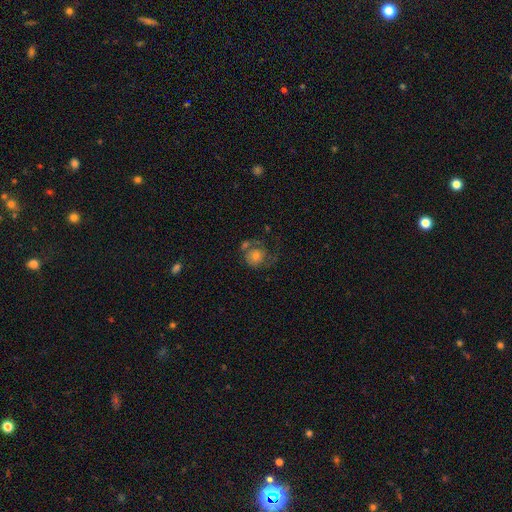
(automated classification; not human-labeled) A featured or disk galaxy (53%) with no bar (83%), spiral arms (73%) and a moderate central bulge (53%).

Vote fractions:
- Smooth or featured? featured or disk: 53% / smooth: 37% / star or artifact: 9%
- Edge-on disk? no: 97% / yes: 3%
- Bar? no: 83% / weak: 15% / strong: 3%
- Spiral arms? yes: 73% / no: 27%
- Bulge size? moderate: 53% / small: 32% / large: 8% / none: 4% / dominant: 2%
- Merging? none: 44% / major disturbance: 24% / minor disturbance: 19% / merger: 14%